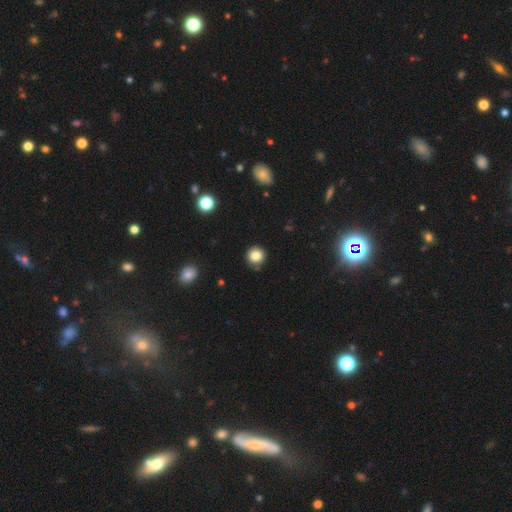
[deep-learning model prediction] smooth_or_featured: smooth (p=0.84) [alt: star or artifact p=0.11]
how_rounded: round (p=0.94) [alt: in between p=0.05]
merging: none (p=0.87) [alt: minor disturbance p=0.09]